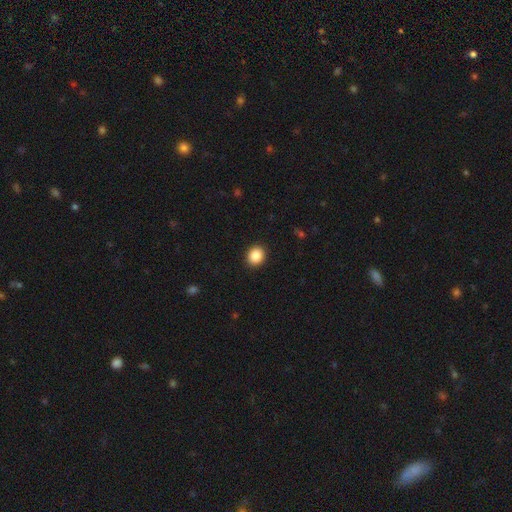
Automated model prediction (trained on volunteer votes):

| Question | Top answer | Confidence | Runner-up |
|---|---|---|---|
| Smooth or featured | smooth | 88% | star or artifact (9%) |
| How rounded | round | 65% | in between (35%) |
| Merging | none | 91% | minor disturbance (6%) |